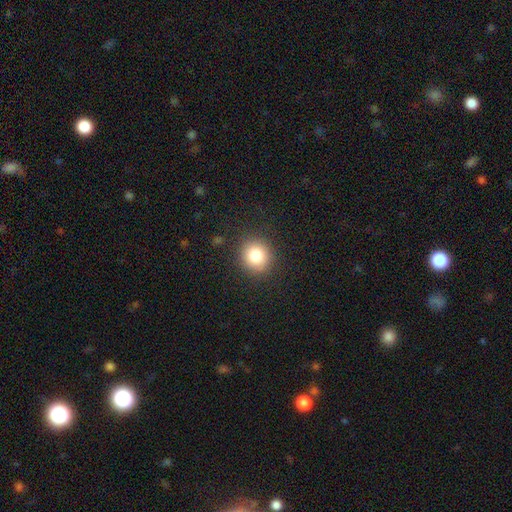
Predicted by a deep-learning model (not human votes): Smooth or featured? Predicted: smooth (p=0.82). How rounded? Predicted: round (p=0.88). Merging? Predicted: none (p=0.89).